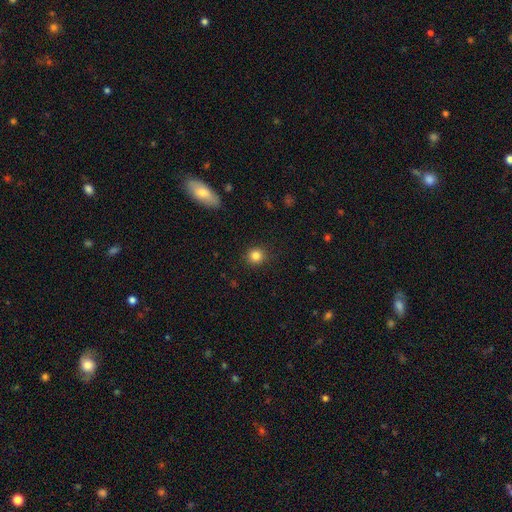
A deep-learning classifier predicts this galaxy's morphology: Smooth or featured?
  - smooth: 84% *
  - star or artifact: 11%
  - featured or disk: 5%
How rounded?
  - round: 91% *
  - in between: 8%
  - cigar-shaped: 1%
Merging?
  - none: 91% *
  - minor disturbance: 6%
  - major disturbance: 2%
  - merger: 1%